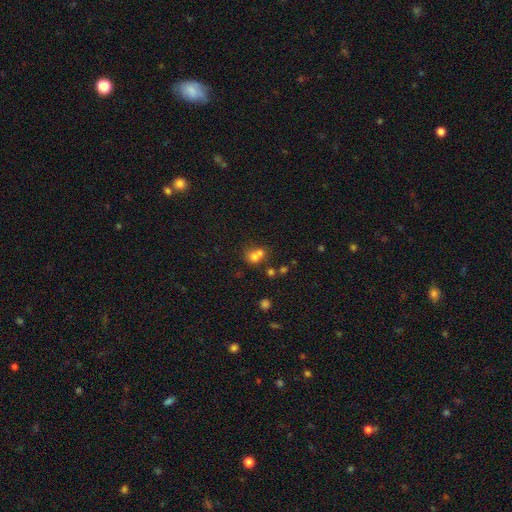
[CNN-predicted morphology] smooth-or-featured: smooth: 69% | featured or disk: 16% | star or artifact: 15%
  how-rounded: round: 73% | in between: 26% | cigar-shaped: 1%
  merging: merger: 62% | none: 29% | minor disturbance: 6% | major disturbance: 3%